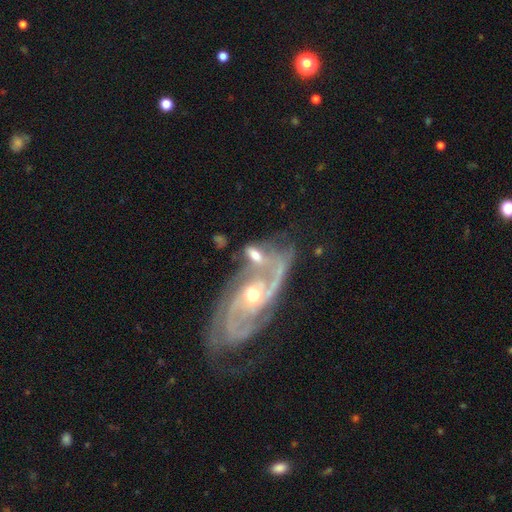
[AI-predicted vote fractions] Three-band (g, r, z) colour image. It shows a featured or disk galaxy (66%) with no bar (62%), spiral arms (75%) and a moderate central bulge (65%). Merging: merger (56%).